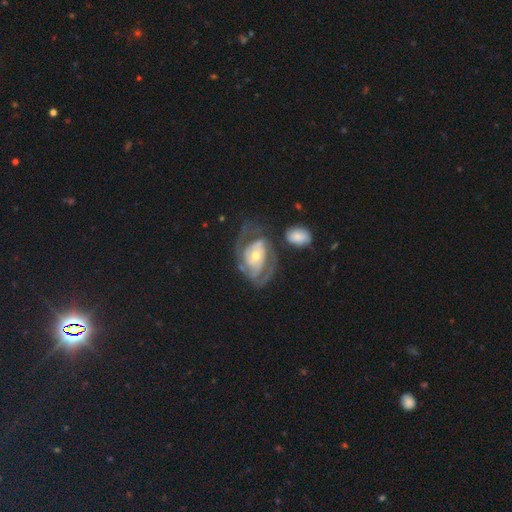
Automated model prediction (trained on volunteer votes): Smooth or featured?
  - featured or disk: 85% *
  - smooth: 10%
  - star or artifact: 5%
Edge-on disk?
  - no: 97% *
  - yes: 3%
Bar?
  - no: 61% *
  - weak: 28%
  - strong: 11%
Spiral arms?
  - yes: 91% *
  - no: 9%
Spiral winding?
  - tight: 44% *
  - medium: 41%
  - loose: 15%
Spiral arm count?
  - 2: 54% *
  - can't tell: 20%
  - 3: 14%
  - 1: 5%
  - 4: 4%
  - more than 4: 3%
Bulge size?
  - moderate: 55% *
  - small: 38%
  - large: 5%
  - none: 1%
  - dominant: 1%
Merging?
  - none: 47% *
  - major disturbance: 25%
  - minor disturbance: 20%
  - merger: 8%